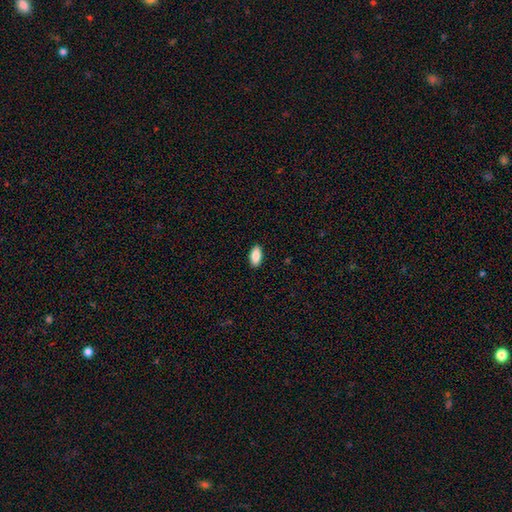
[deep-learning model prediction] Smooth or featured: smooth — 88% (star or artifact — 7%)
How rounded: in between — 92% (cigar-shaped — 6%)
Merging: none — 90% (minor disturbance — 7%)